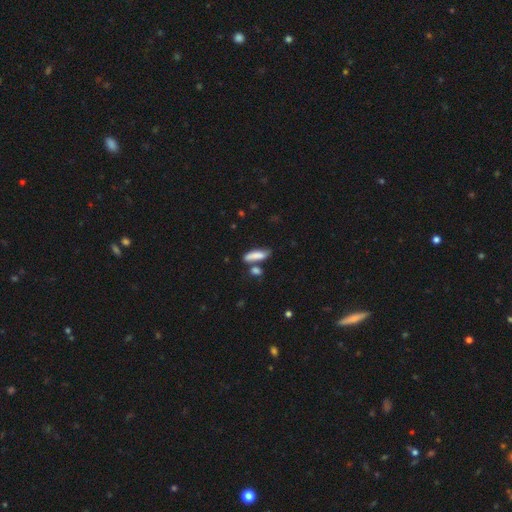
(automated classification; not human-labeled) Smooth or featured?
  - smooth: 81% *
  - featured or disk: 12%
  - star or artifact: 7%
How rounded?
  - cigar-shaped: 57% *
  - in between: 41%
  - round: 3%
Merging?
  - none: 53% *
  - merger: 26%
  - minor disturbance: 15%
  - major disturbance: 6%